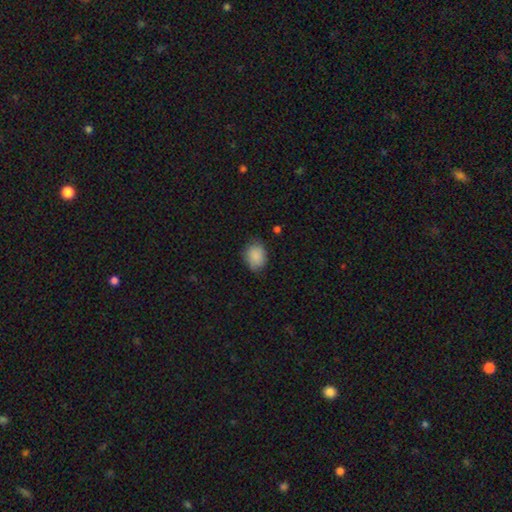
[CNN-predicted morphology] type=smooth (88%); roundness=in between (57%); merging=none (76%).